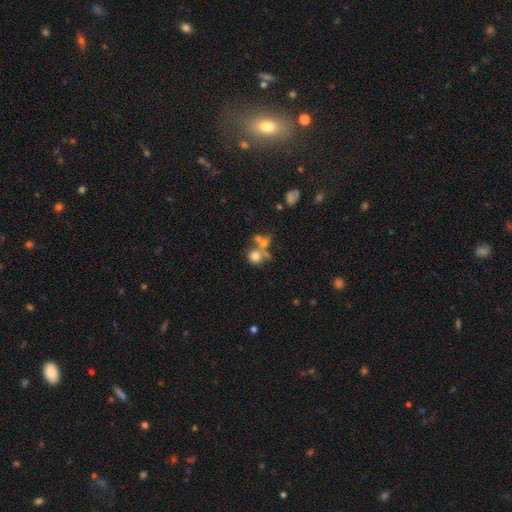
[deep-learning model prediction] Q: Smooth or featured?
A: smooth (72%); runner-up: featured or disk (16%)
Q: How rounded?
A: round (81%); runner-up: in between (18%)
Q: Merging?
A: merger (44%); runner-up: none (37%)